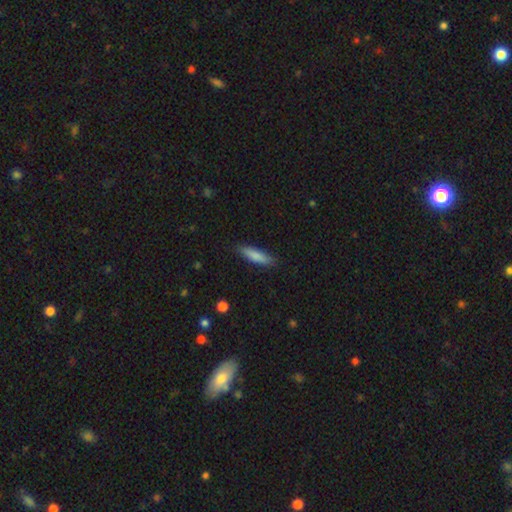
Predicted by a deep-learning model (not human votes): The model was most divided on "how rounded": cigar-shaped: 70%, in between: 28%, round: 2%. More confident: merging — none (84%); smooth or featured — smooth (82%).